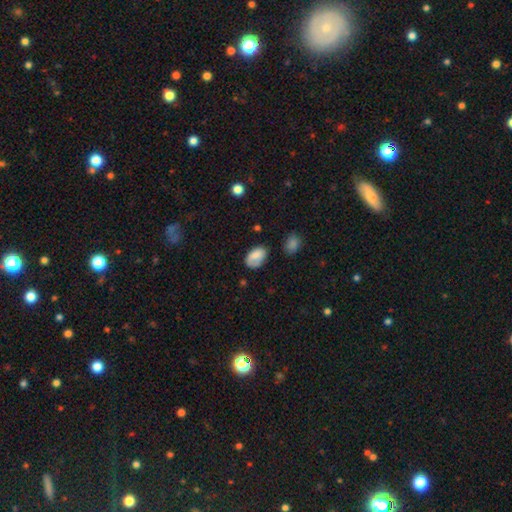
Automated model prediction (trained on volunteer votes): The model was most divided on "merging": none: 55%, minor disturbance: 29%, major disturbance: 12%, merger: 4%. More confident: how rounded — in between (88%); smooth or featured — smooth (74%).